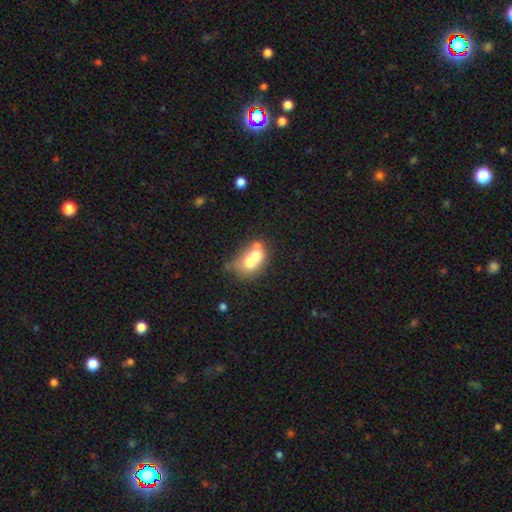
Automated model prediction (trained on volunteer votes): Overall: smooth (60%; featured or disk 30%). How rounded: in between (57%; round 42%). Merging: merger (66%).